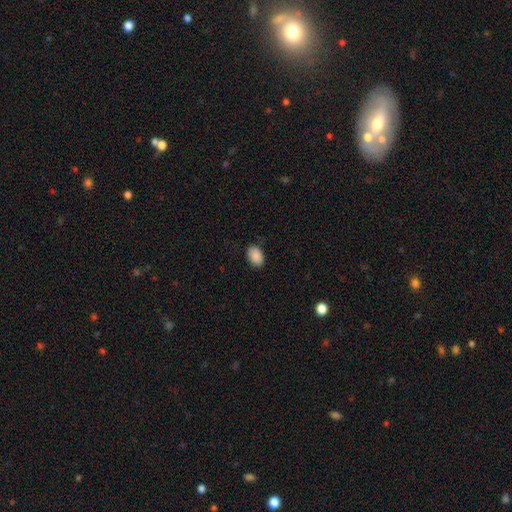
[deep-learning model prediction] A smooth galaxy with no disk features (89%) that is in between round and cigar-shaped (87%). Merging: none (86%).